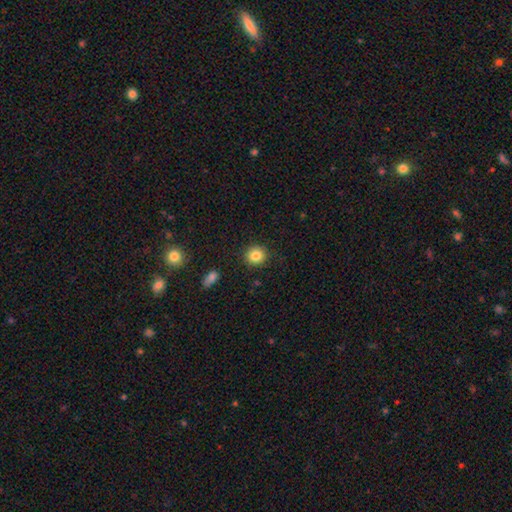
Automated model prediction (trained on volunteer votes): Smooth or featured: smooth — 84% (star or artifact — 10%)
How rounded: round — 89% (in between — 10%)
Merging: none — 90% (minor disturbance — 6%)